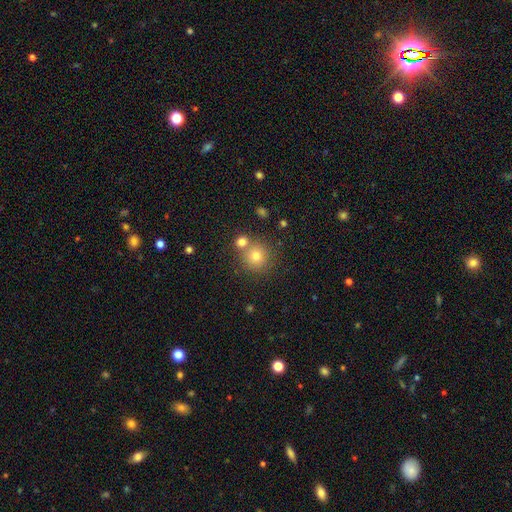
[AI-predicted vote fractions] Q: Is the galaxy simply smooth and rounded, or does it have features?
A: smooth — 75%.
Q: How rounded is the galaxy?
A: round — 92%.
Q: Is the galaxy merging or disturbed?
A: none — 68%.